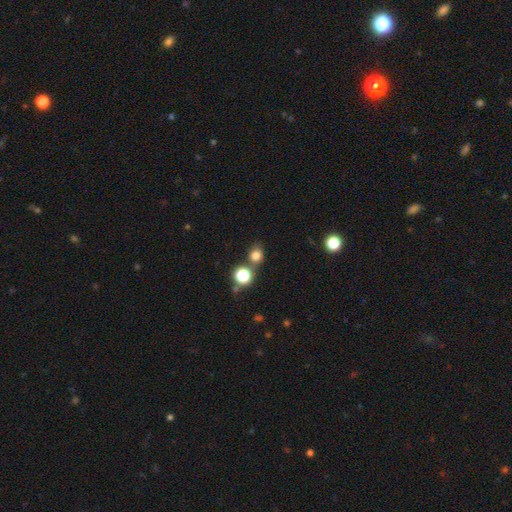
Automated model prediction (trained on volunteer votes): A smooth galaxy with no disk features (77%) that is round (71%).

Vote fractions:
- Smooth or featured? smooth: 77% / star or artifact: 17% / featured or disk: 6%
- How rounded? round: 71% / in between: 28% / cigar-shaped: 1%
- Merging? none: 68% / merger: 15% / minor disturbance: 12% / major disturbance: 4%